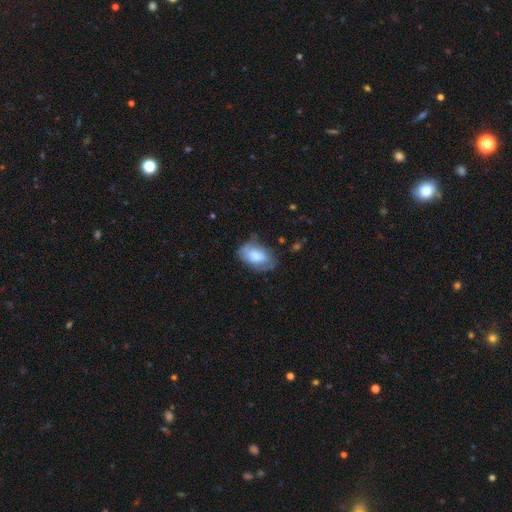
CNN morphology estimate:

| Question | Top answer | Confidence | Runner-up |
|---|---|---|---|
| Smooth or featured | smooth | 66% | featured or disk (27%) |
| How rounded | in between | 91% | round (7%) |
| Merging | none | 54% | minor disturbance (31%) |